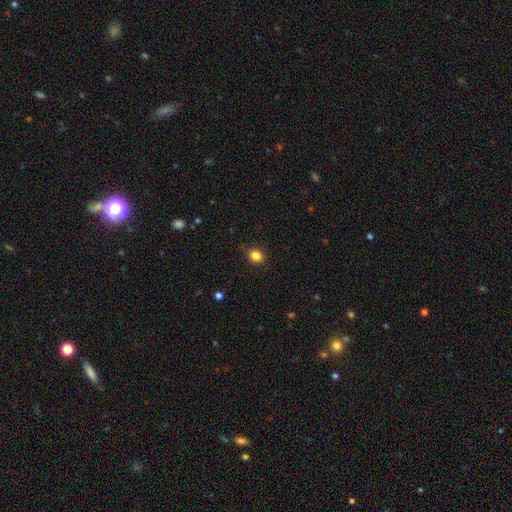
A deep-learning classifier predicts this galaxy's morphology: Smooth or featured? smooth (85%)
How rounded? round (57%)
Merging? none (87%)